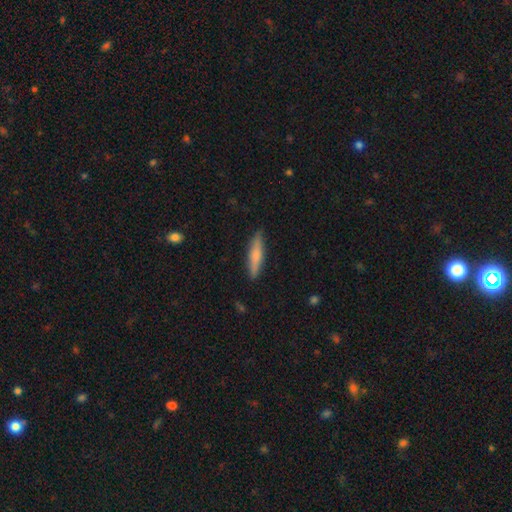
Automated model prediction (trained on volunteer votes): smooth 68%, featured or disk 26%, star or artifact 6%. Down the decision tree: how rounded — cigar-shaped (83%); merging — none (87%).